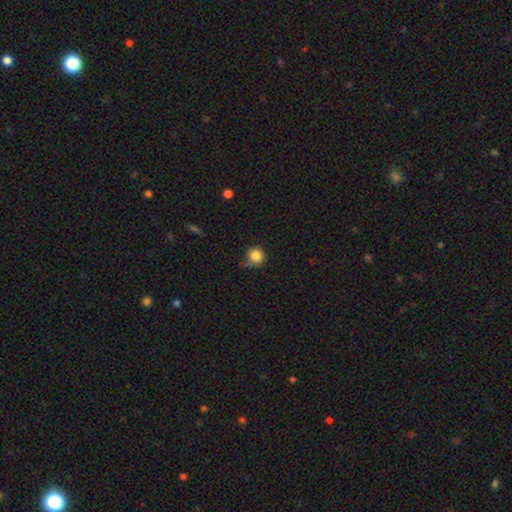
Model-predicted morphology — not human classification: Smooth or featured: smooth — 84% (star or artifact — 10%)
How rounded: round — 91% (in between — 8%)
Merging: none — 63% (minor disturbance — 25%)